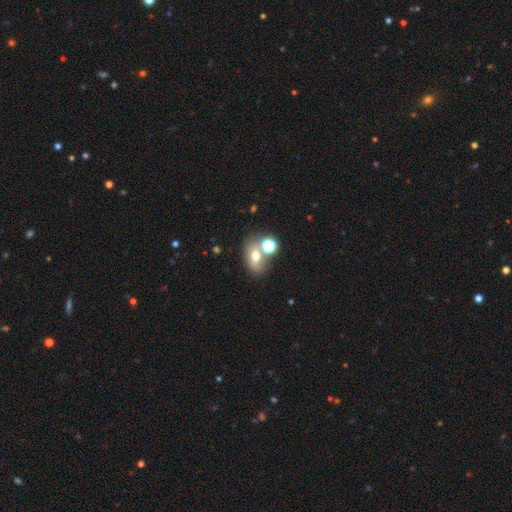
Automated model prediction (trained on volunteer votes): Smooth or featured: smooth — 60% (featured or disk — 23%)
How rounded: in between — 69% (round — 29%)
Merging: none — 53% (merger — 27%)